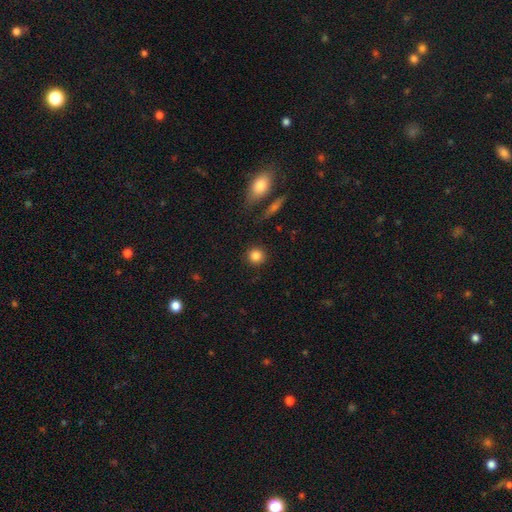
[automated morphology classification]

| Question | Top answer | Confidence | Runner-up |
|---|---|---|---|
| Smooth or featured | smooth | 85% | star or artifact (10%) |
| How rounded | round | 92% | in between (7%) |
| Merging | none | 89% | minor disturbance (6%) |